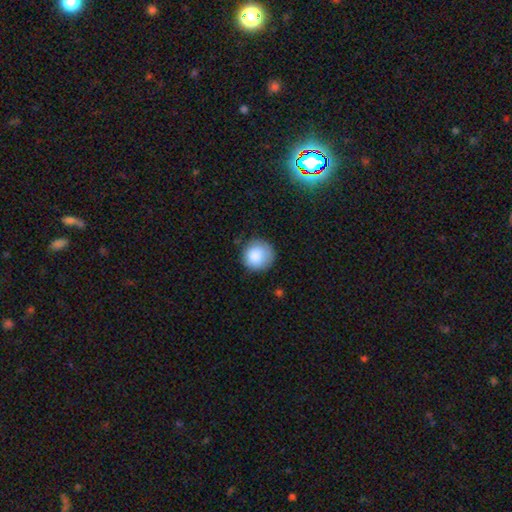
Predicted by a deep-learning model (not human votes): Smooth or featured? Predicted: smooth (p=0.87). How rounded? Predicted: round (p=0.94). Merging? Predicted: none (p=0.82).